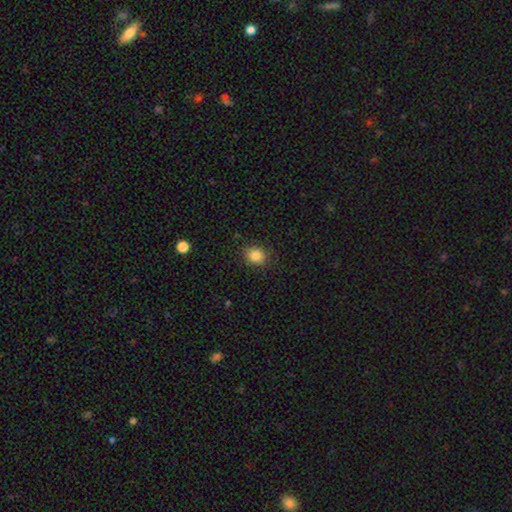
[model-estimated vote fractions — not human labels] A smooth galaxy with no disk features (84%) that is round (57%). Merging: none (85%).